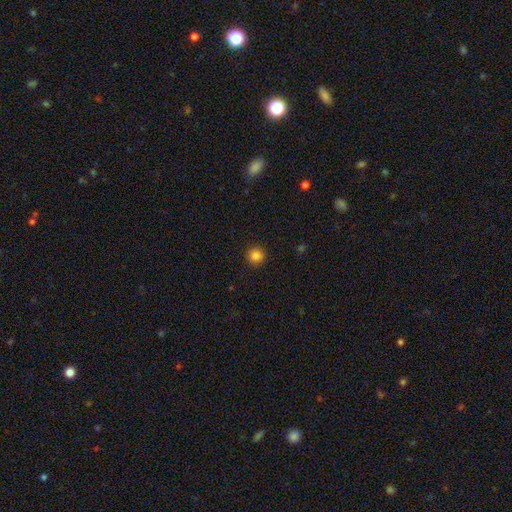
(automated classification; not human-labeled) Smooth or featured? Predicted: smooth (p=0.84). How rounded? Predicted: round (p=0.94). Merging? Predicted: none (p=0.93).